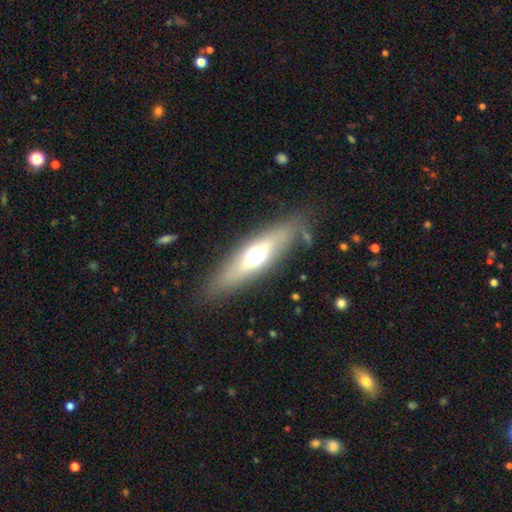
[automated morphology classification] Q: Smooth or featured?
A: smooth (48%); runner-up: featured or disk (43%)
Q: Merging?
A: none (83%); runner-up: minor disturbance (10%)